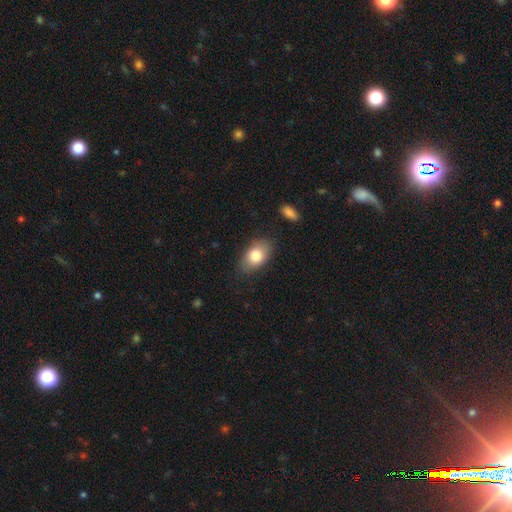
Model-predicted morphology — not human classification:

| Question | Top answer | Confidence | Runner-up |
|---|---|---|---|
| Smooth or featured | smooth | 81% | featured or disk (12%) |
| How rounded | in between | 88% | round (10%) |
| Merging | none | 79% | minor disturbance (15%) |